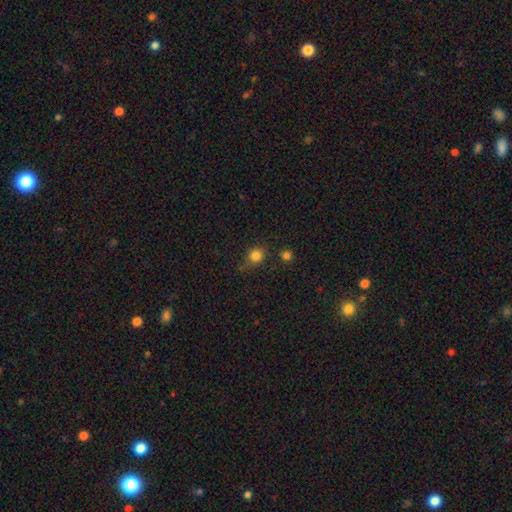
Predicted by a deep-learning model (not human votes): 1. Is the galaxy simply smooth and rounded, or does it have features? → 82% smooth, 13% star or artifact, 6% featured or disk.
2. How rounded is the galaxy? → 80% round, 19% in between, 1% cigar-shaped.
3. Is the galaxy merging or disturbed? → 71% none, 18% minor disturbance, 6% merger, 5% major disturbance.